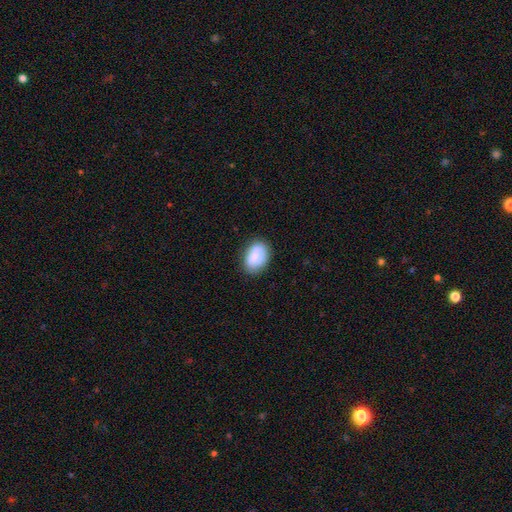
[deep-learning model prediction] The model was most divided on "merging": none: 67%, minor disturbance: 19%, merger: 9%, major disturbance: 5%. More confident: how rounded — in between (81%); smooth or featured — smooth (78%).